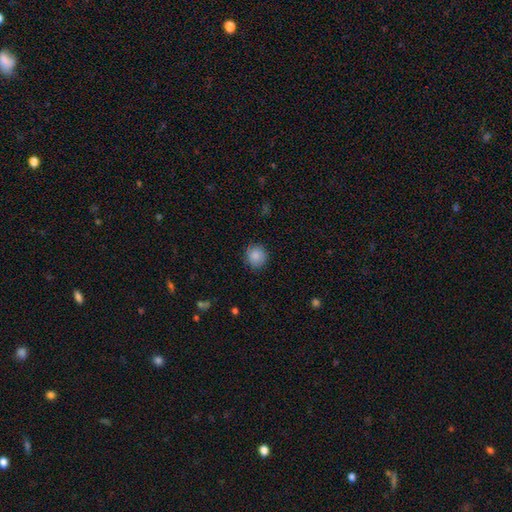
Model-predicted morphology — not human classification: This is clearly a smooth galaxy (86%). How rounded: clearly round (90%). Merging: clearly none (85%).